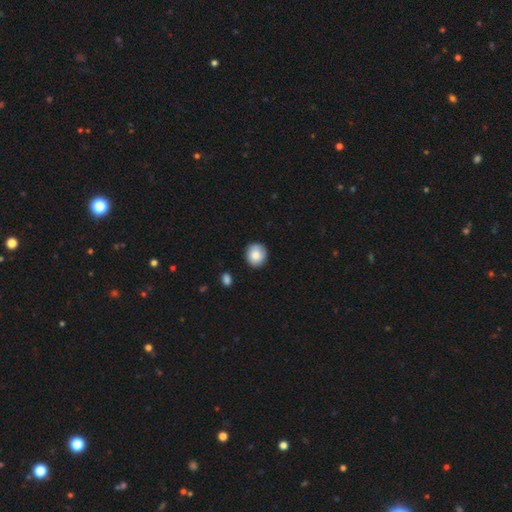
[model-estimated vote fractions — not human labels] This appears to be a smooth galaxy with no disk features (84%) that is round (85%). Merging: none (88%).